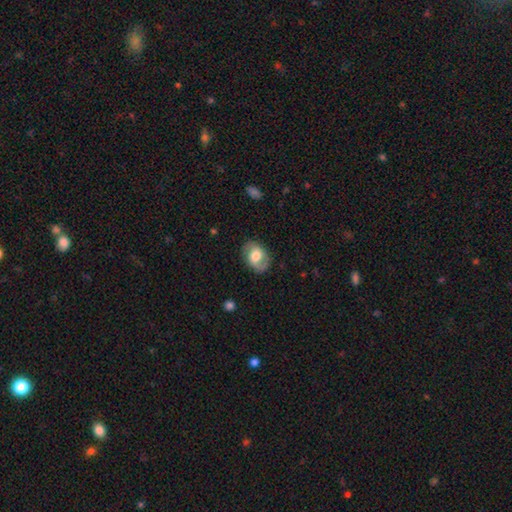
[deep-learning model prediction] Smooth or featured: featured or disk — 48% (smooth — 44%)
Merging: none — 78% (minor disturbance — 16%)